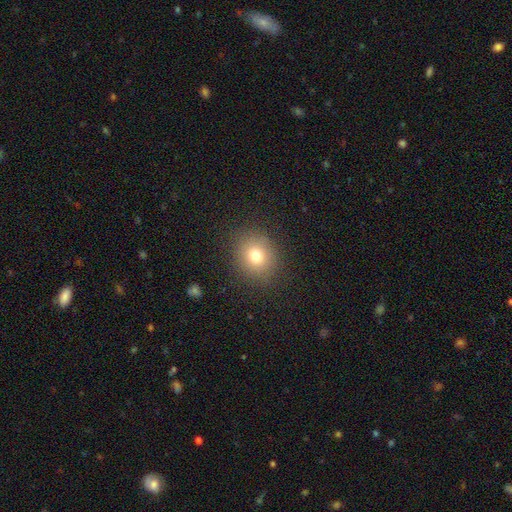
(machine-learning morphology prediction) smooth_or_featured: smooth (p=0.76) [alt: star or artifact p=0.13]
how_rounded: round (p=0.77) [alt: in between p=0.22]
merging: none (p=0.88) [alt: minor disturbance p=0.08]